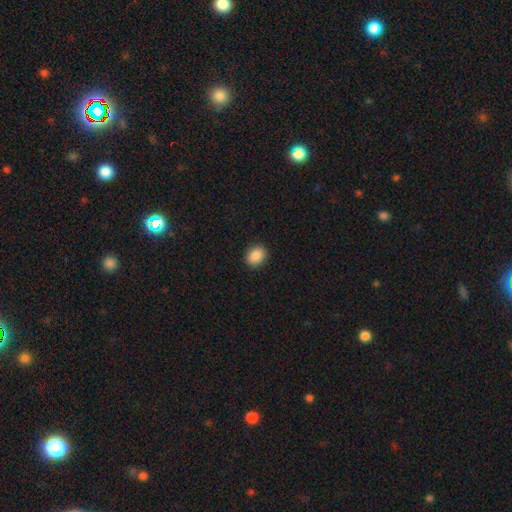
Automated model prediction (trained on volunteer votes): A smooth galaxy with no disk features (89%) that is round (54%).

Vote fractions:
- Smooth or featured? smooth: 89% / star or artifact: 8% / featured or disk: 3%
- How rounded? round: 54% / in between: 45% / cigar-shaped: 1%
- Merging? none: 90% / minor disturbance: 7% / major disturbance: 2% / merger: 1%